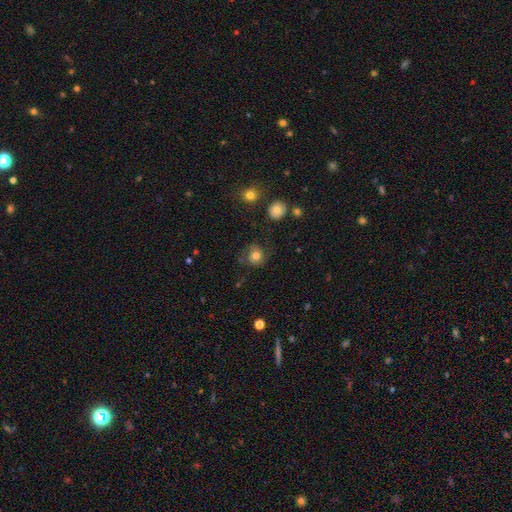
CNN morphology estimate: A smooth galaxy with no disk features (69%) that is round (84%).

Vote fractions:
- Smooth or featured? smooth: 69% / featured or disk: 20% / star or artifact: 11%
- How rounded? round: 84% / in between: 15% / cigar-shaped: 1%
- Merging? none: 69% / minor disturbance: 18% / major disturbance: 11% / merger: 2%